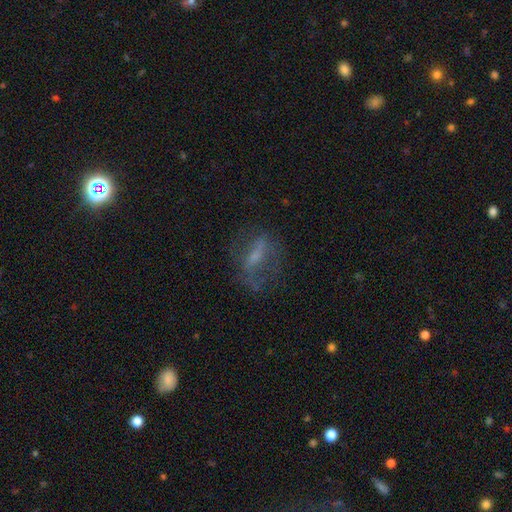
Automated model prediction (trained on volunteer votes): A featured or disk galaxy (52%). Merging: none (58%).